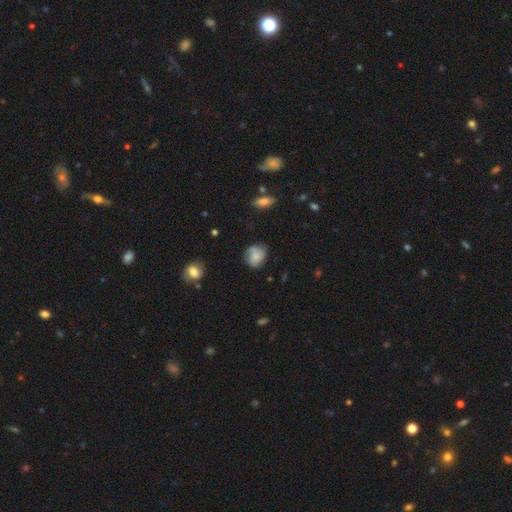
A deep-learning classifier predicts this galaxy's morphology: Smooth or featured? smooth (68%)
How rounded? round (56%)
Merging? none (63%)